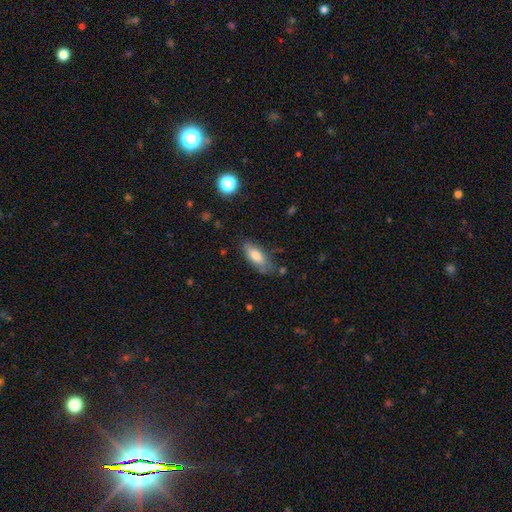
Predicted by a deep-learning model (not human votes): A smooth galaxy with no disk features (75%) that is in between round and cigar-shaped (77%).

Vote fractions:
- Smooth or featured? smooth: 75% / featured or disk: 18% / star or artifact: 7%
- How rounded? in between: 77% / cigar-shaped: 21% / round: 2%
- Merging? none: 67% / minor disturbance: 24% / major disturbance: 6% / merger: 3%